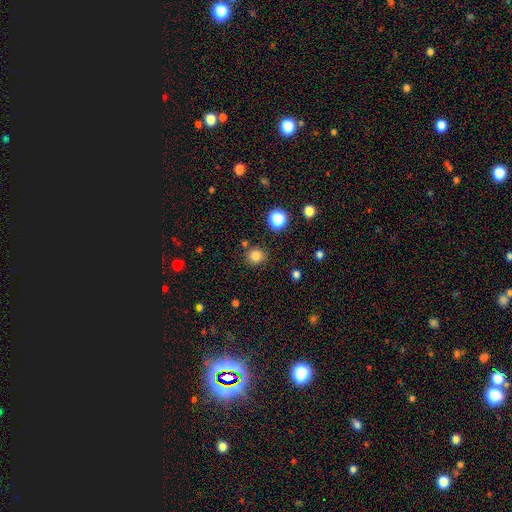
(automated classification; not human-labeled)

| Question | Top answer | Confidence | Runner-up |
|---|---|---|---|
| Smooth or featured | smooth | 81% | star or artifact (14%) |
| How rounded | round | 90% | in between (9%) |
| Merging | none | 84% | minor disturbance (8%) |